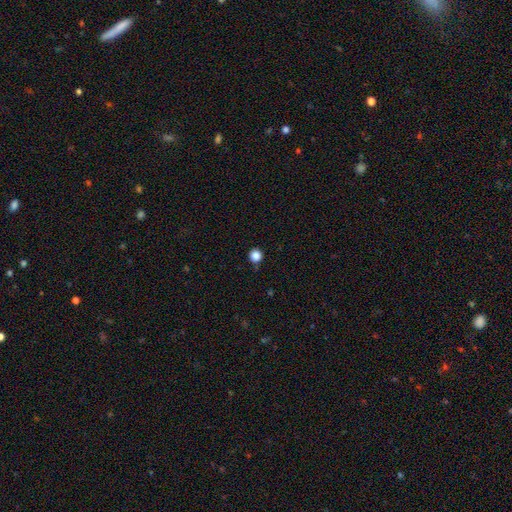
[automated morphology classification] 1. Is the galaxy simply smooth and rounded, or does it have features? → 86% smooth, 11% star or artifact, 3% featured or disk.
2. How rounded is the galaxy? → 96% round, 3% in between, 1% cigar-shaped.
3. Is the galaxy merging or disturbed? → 89% none, 7% minor disturbance, 2% merger, 2% major disturbance.